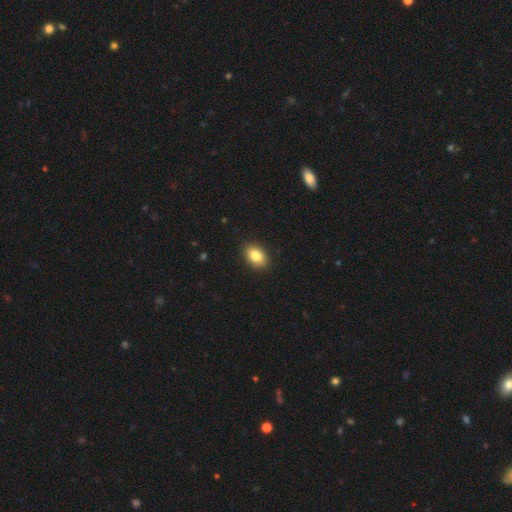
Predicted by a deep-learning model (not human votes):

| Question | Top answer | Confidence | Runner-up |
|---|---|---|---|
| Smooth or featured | smooth | 85% | star or artifact (8%) |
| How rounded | in between | 83% | round (16%) |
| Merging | none | 90% | minor disturbance (7%) |